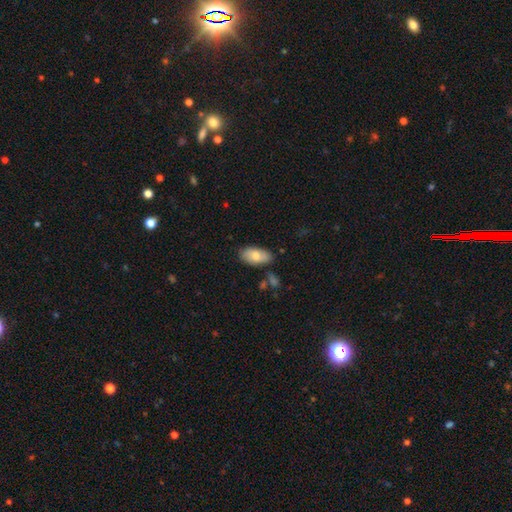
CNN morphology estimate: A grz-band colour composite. It shows a smooth galaxy with no disk features (76%) that is in between round and cigar-shaped (94%). Merging: none (77%).